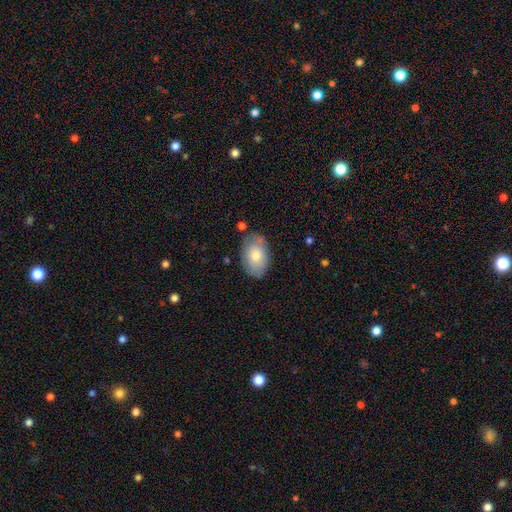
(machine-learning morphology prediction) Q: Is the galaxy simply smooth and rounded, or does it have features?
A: smooth — 76%.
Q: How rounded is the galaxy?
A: in between — 90%.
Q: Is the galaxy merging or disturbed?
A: none — 75%.